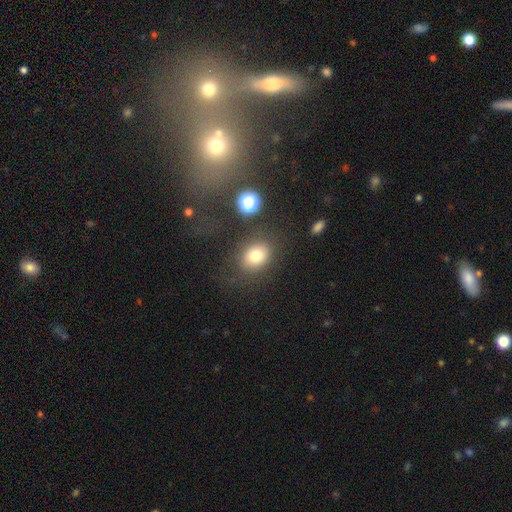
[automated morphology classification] smooth-or-featured: smooth: 79% | star or artifact: 12% | featured or disk: 10%
  how-rounded: in between: 55% | round: 44% | cigar-shaped: 1%
  merging: none: 74% | minor disturbance: 13% | major disturbance: 8% | merger: 4%